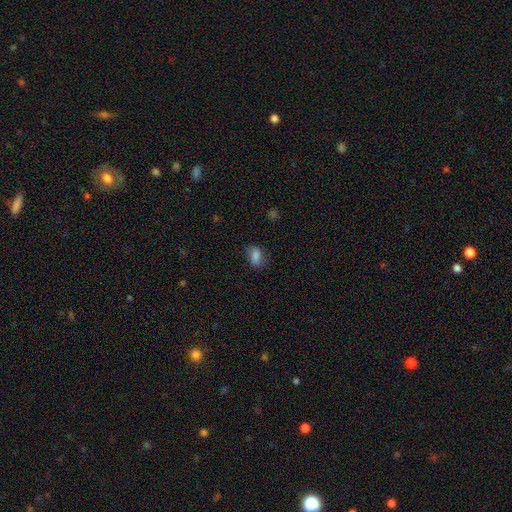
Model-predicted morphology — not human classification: The model was most divided on "merging": none: 71%, minor disturbance: 21%, major disturbance: 7%, merger: 1%. More confident: how rounded — in between (82%); smooth or featured — smooth (79%).